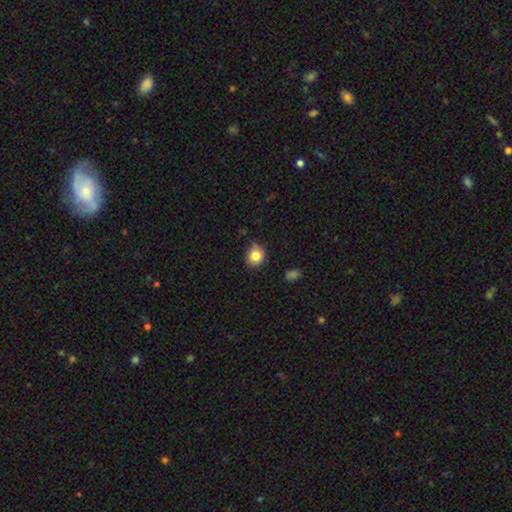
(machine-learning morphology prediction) type=smooth (83%); roundness=round (77%); merging=none (71%).